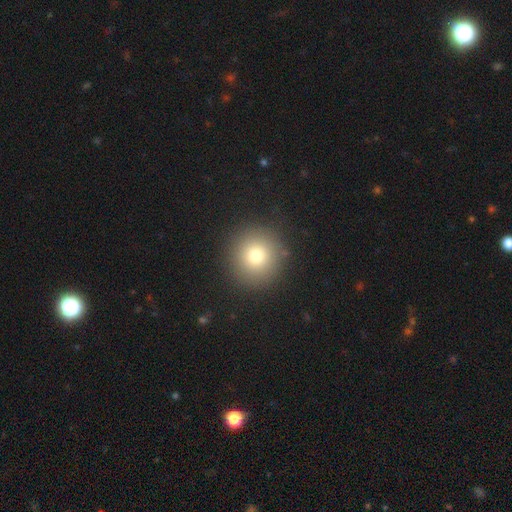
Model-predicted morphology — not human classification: The model was most divided on "smooth or featured": smooth: 77%, star or artifact: 14%, featured or disk: 10%. More confident: how rounded — round (94%); merging — none (90%).